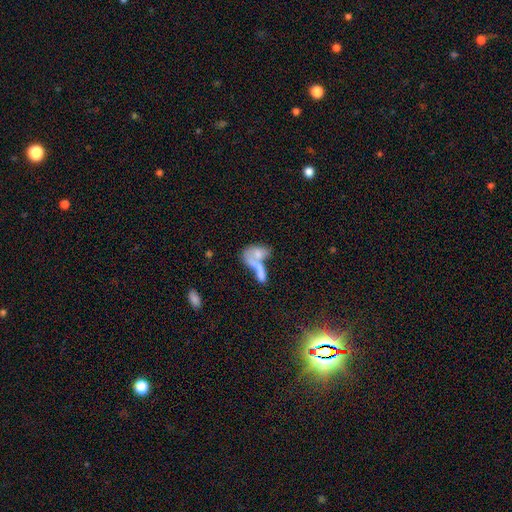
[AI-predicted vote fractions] Smooth or featured?
  - smooth: 63% *
  - featured or disk: 29%
  - star or artifact: 9%
How rounded?
  - in between: 76% *
  - cigar-shaped: 13%
  - round: 11%
Merging?
  - merger: 66% *
  - none: 16%
  - major disturbance: 11%
  - minor disturbance: 7%